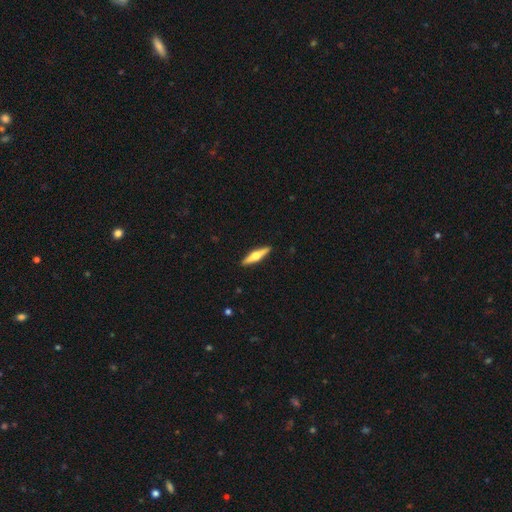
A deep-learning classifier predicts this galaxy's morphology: A featured or disk galaxy (67%) viewed edge-on (97%) with a rounded central bulge (95%).

Vote fractions:
- Smooth or featured? featured or disk: 67% / smooth: 28% / star or artifact: 5%
- Edge-on disk? yes: 97% / no: 3%
- Edge-on bulge? rounded: 95% / boxy: 3% / none: 2%
- Merging? none: 92% / minor disturbance: 6% / major disturbance: 1% / merger: 1%